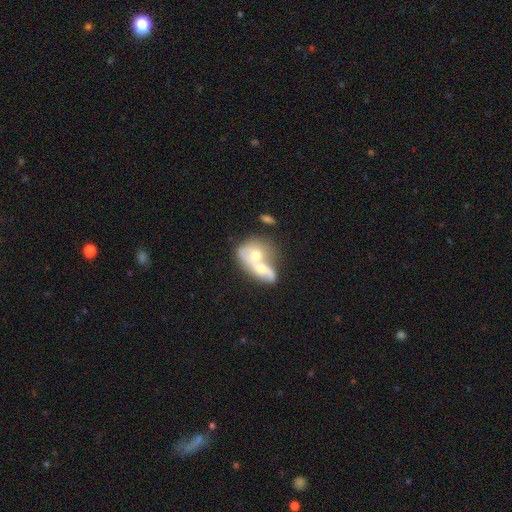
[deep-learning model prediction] A smooth galaxy with no disk features (52%) that is in between round and cigar-shaped (62%).

Vote fractions:
- Smooth or featured? smooth: 52% / featured or disk: 41% / star or artifact: 7%
- How rounded? in between: 62% / round: 34% / cigar-shaped: 4%
- Merging? merger: 80% / none: 10% / major disturbance: 5% / minor disturbance: 5%